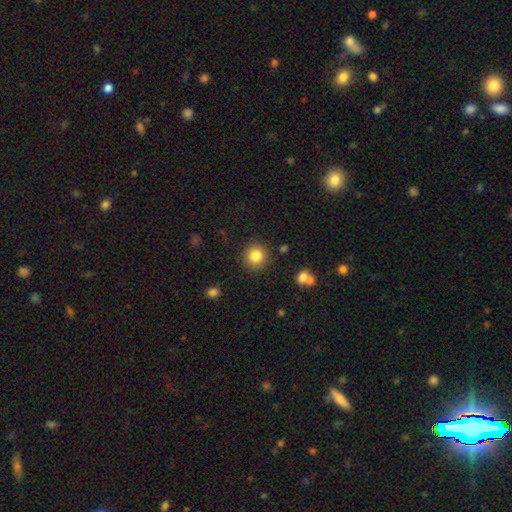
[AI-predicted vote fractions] Morphology: type=smooth (83%); roundness=round (92%); merging=none (88%).